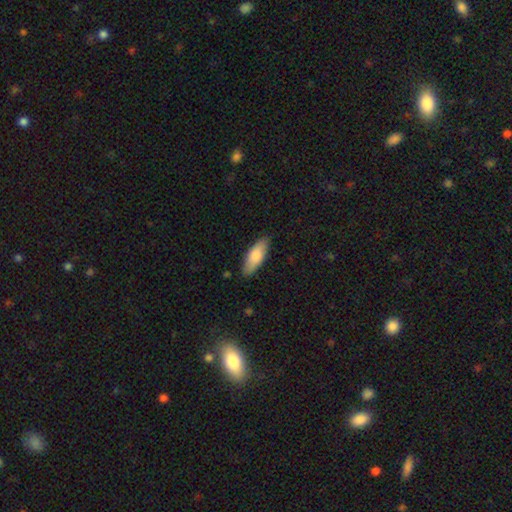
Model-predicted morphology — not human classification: This is likely a smooth galaxy (80%). How rounded: likely in between (68%). Merging: clearly none (85%).